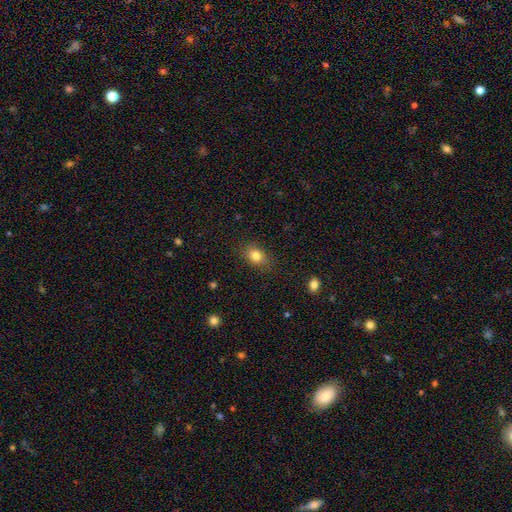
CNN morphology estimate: Smooth or featured?
  - smooth: 82% *
  - star or artifact: 11%
  - featured or disk: 8%
How rounded?
  - in between: 61% *
  - round: 37%
  - cigar-shaped: 1%
Merging?
  - none: 81% *
  - minor disturbance: 14%
  - major disturbance: 4%
  - merger: 1%